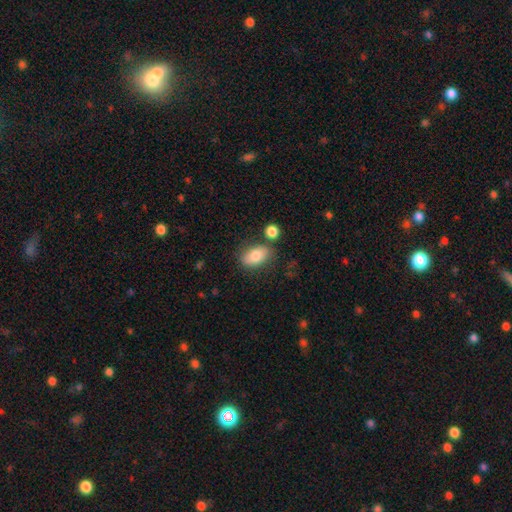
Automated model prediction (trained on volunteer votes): This is likely a smooth galaxy (80%). How rounded: clearly in between (89%). Merging: likely none (75%).